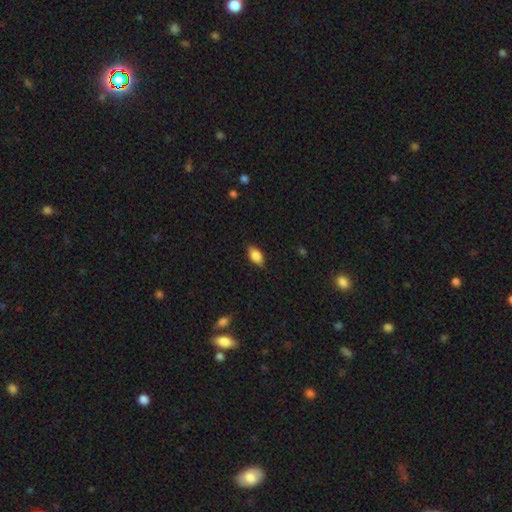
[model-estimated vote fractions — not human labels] Smooth or featured: smooth — 83% (featured or disk — 10%)
How rounded: in between — 90% (cigar-shaped — 5%)
Merging: none — 83% (minor disturbance — 13%)